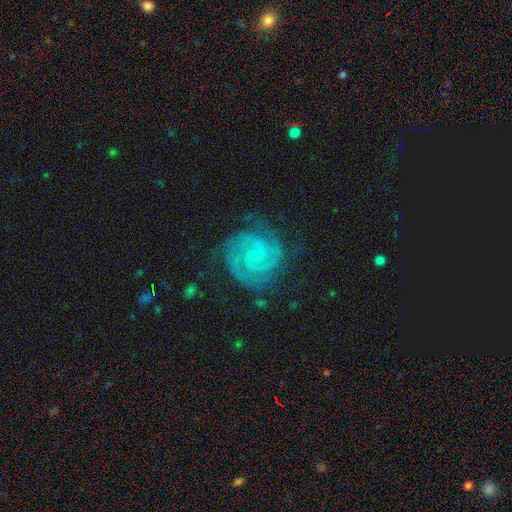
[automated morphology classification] This appears to be a featured or disk galaxy (91%) with no bar (66%), 2 (49%) tight (75%) spiral arms (98%) and a small central bulge (82%). Merging: none (76%).